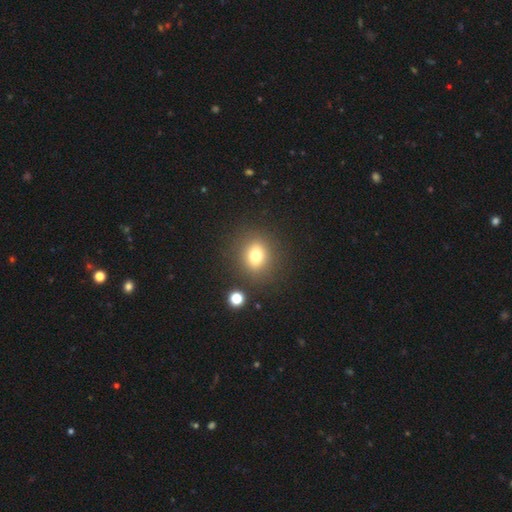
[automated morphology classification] type=smooth (75%); roundness=round (69%); merging=none (84%).